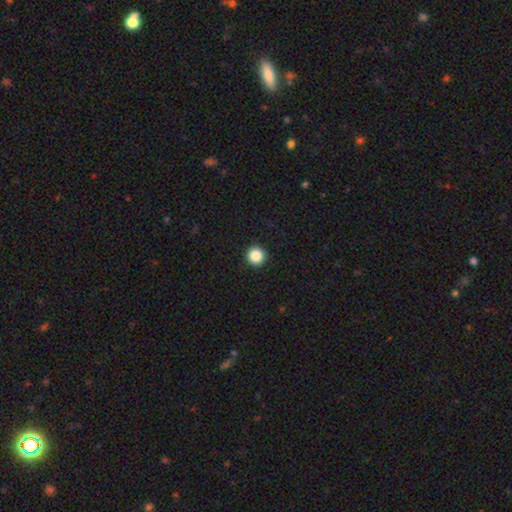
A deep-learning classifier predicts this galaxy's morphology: A smooth galaxy with no disk features (87%) that is round (96%). Merging: none (94%).